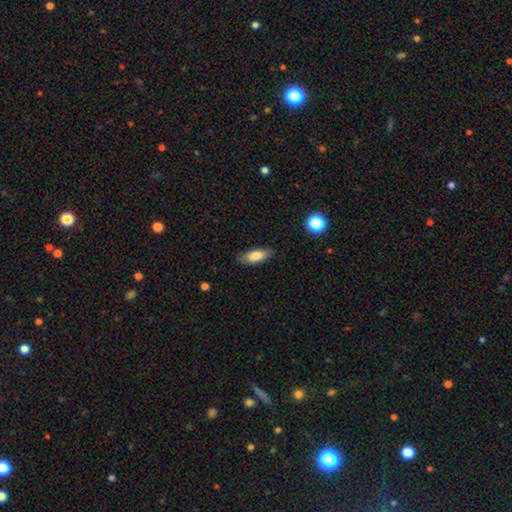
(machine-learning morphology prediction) A smooth galaxy with no disk features (80%) that is in between round and cigar-shaped (76%). Merging: none (82%).